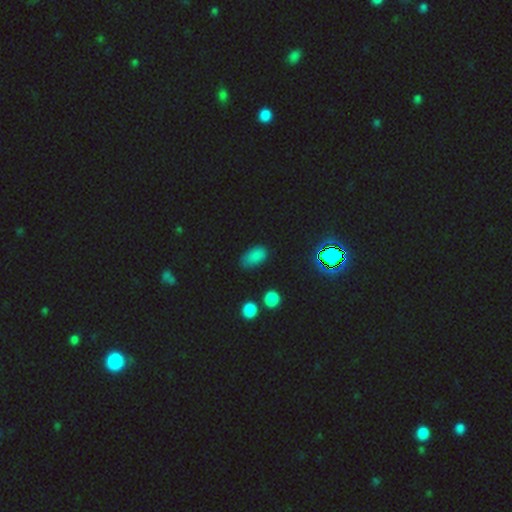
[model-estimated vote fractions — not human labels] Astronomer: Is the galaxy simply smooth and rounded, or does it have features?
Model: smooth — 74%.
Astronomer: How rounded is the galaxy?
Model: in between — 89%.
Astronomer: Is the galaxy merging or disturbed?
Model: none — 70%.